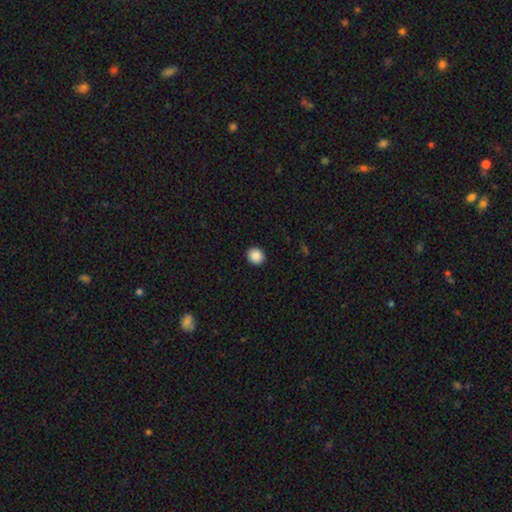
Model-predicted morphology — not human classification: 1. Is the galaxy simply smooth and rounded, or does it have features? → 89% smooth, 9% star or artifact, 3% featured or disk.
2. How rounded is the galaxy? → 87% round, 13% in between, 1% cigar-shaped.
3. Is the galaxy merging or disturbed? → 92% none, 5% minor disturbance, 2% major disturbance, 1% merger.